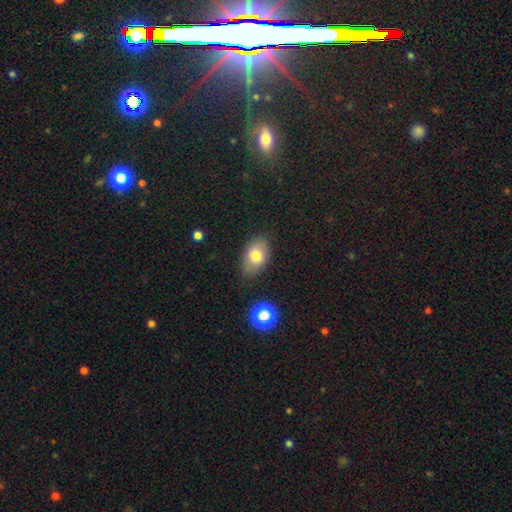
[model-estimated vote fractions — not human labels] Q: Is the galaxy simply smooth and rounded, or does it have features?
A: smooth — 78%.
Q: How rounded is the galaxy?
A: in between — 87%.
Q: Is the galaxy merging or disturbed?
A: none — 78%.